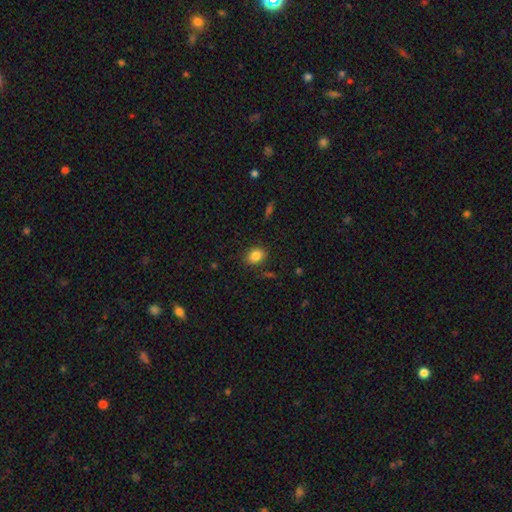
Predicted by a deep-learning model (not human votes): smooth_or_featured: smooth (p=0.84) [alt: star or artifact p=0.10]
how_rounded: in between (p=0.56) [alt: round p=0.43]
merging: none (p=0.84) [alt: minor disturbance p=0.11]